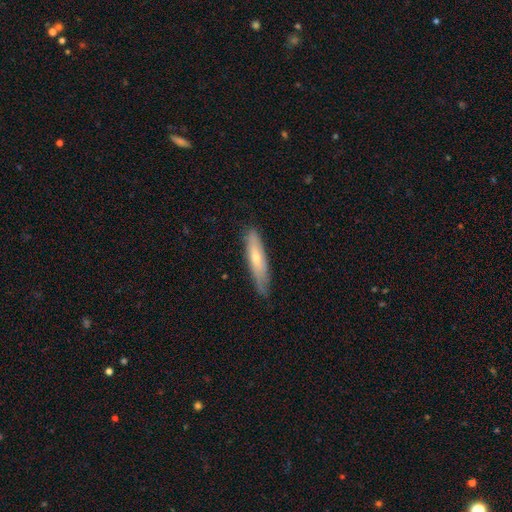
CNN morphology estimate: Smooth or featured? smooth (48%)
Merging? none (86%)